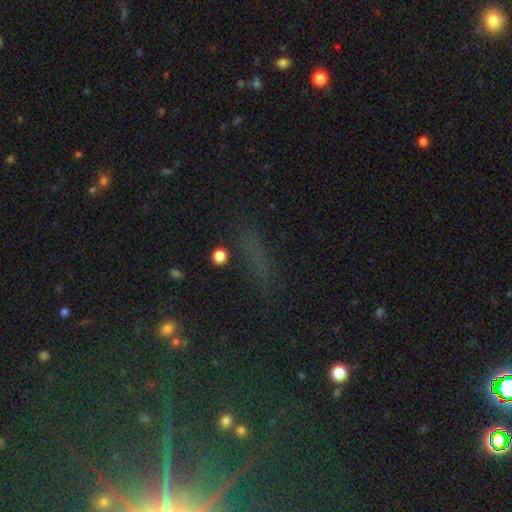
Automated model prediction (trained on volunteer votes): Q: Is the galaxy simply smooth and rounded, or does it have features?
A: star or artifact — 62%.